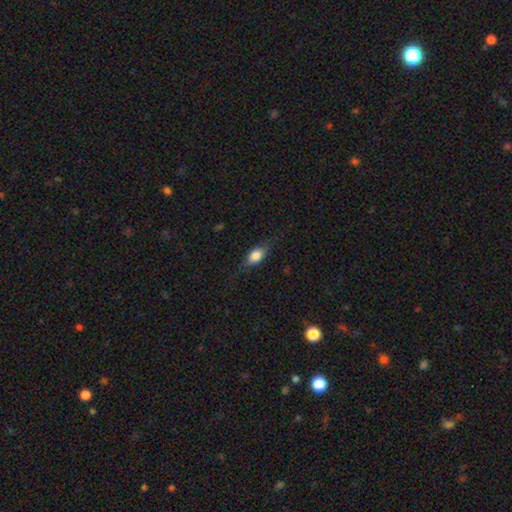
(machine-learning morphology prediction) The model was most divided on "smooth or featured": smooth: 71%, featured or disk: 21%, star or artifact: 9%. More confident: merging — none (72%); how rounded — in between (72%).